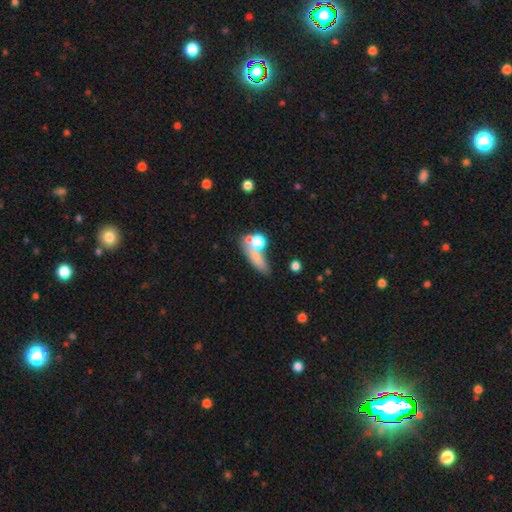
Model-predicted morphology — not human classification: smooth 63%, featured or disk 22%, star or artifact 15%. Down the decision tree: how rounded — in between (49%); merging — none (37%).